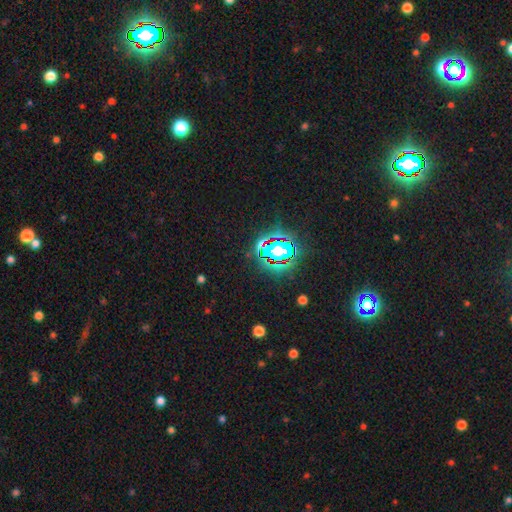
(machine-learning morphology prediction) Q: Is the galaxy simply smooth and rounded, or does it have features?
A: star or artifact — 84%.